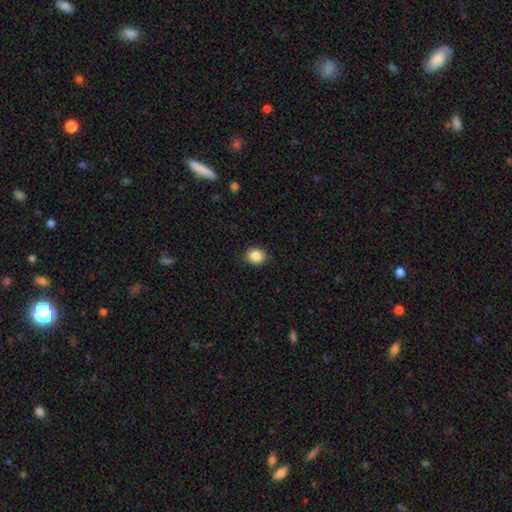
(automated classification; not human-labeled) This is clearly a smooth galaxy (87%). How rounded: possibly round (57%). Merging: clearly none (90%).